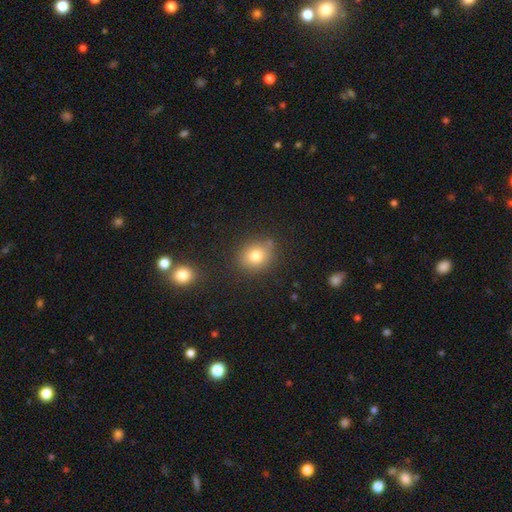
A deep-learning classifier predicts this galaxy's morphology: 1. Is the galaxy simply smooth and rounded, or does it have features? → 78% smooth, 12% star or artifact, 9% featured or disk.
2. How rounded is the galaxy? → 68% round, 31% in between, 1% cigar-shaped.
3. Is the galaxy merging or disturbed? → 81% none, 11% minor disturbance, 5% merger, 3% major disturbance.